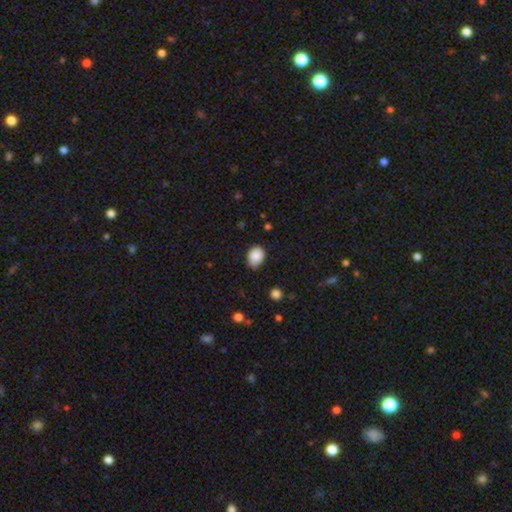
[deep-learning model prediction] Smooth or featured?
  - smooth: 88% *
  - star or artifact: 8%
  - featured or disk: 4%
How rounded?
  - in between: 62% *
  - round: 37%
  - cigar-shaped: 1%
Merging?
  - none: 67% *
  - minor disturbance: 27%
  - major disturbance: 4%
  - merger: 1%